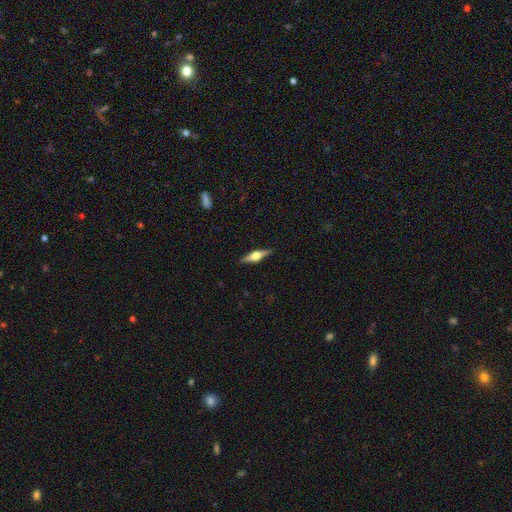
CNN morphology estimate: Smooth or featured? Predicted: featured or disk (p=0.64). Edge-on disk? Predicted: yes (p=0.96). Edge-on bulge? Predicted: rounded (p=0.93). Merging? Predicted: none (p=0.89).